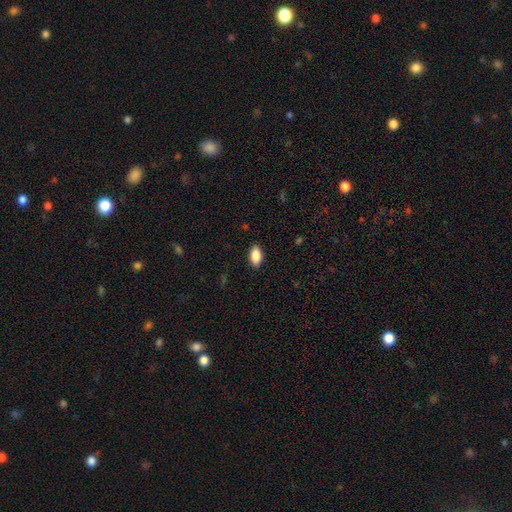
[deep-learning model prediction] Q: Smooth or featured?
A: smooth (87%); runner-up: star or artifact (7%)
Q: How rounded?
A: in between (92%); runner-up: cigar-shaped (5%)
Q: Merging?
A: none (89%); runner-up: minor disturbance (8%)